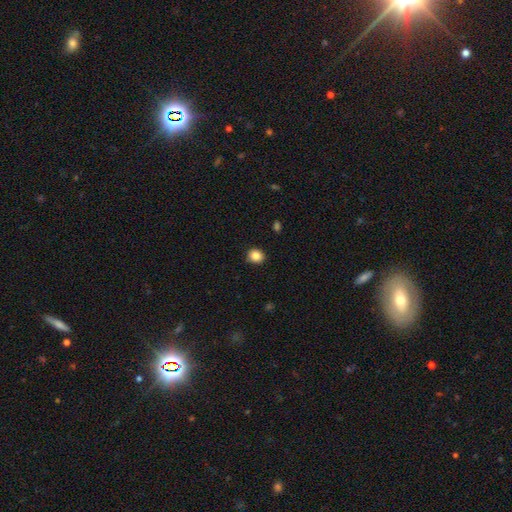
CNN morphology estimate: smooth_or_featured: smooth (p=0.85) [alt: star or artifact p=0.10]
how_rounded: round (p=0.75) [alt: in between p=0.24]
merging: none (p=0.89) [alt: minor disturbance p=0.08]